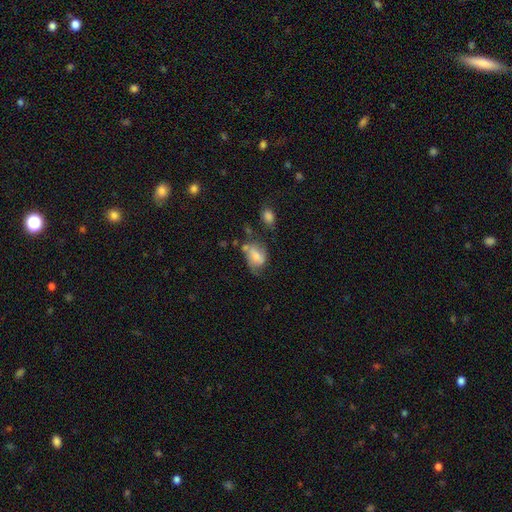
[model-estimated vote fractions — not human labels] Smooth or featured? Predicted: smooth (p=0.57). How rounded? Predicted: in between (p=0.77). Merging? Predicted: none (p=0.35).